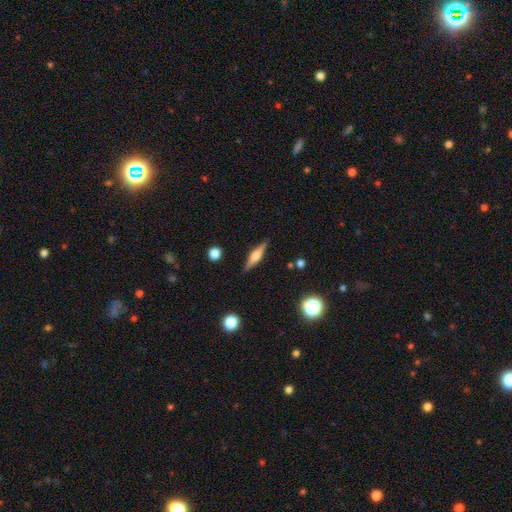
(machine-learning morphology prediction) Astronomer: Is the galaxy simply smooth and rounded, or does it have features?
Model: featured or disk — 65%.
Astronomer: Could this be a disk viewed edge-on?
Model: yes — 96%.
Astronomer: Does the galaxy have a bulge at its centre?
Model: rounded — 82%.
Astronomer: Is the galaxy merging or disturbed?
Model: none — 88%.